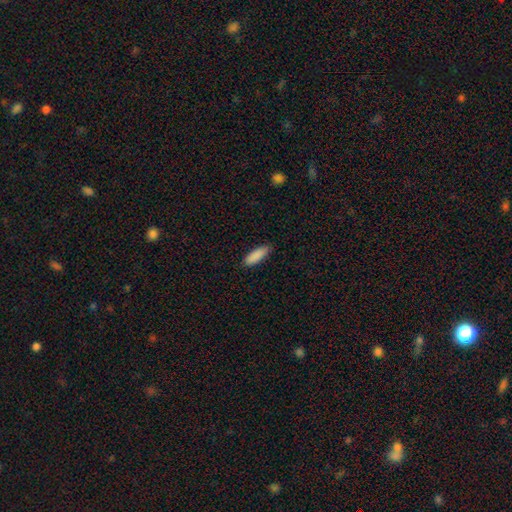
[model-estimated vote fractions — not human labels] A smooth galaxy with no disk features (89%) that is in between round and cigar-shaped (59%). Merging: none (86%).